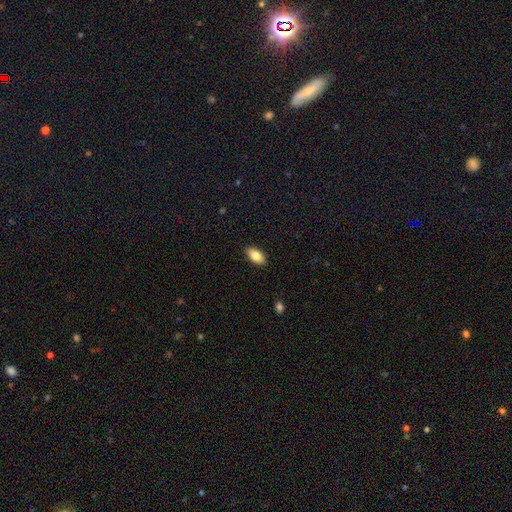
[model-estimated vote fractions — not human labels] smooth 84%, featured or disk 9%, star or artifact 7%. Down the decision tree: how rounded — in between (92%); merging — none (89%).